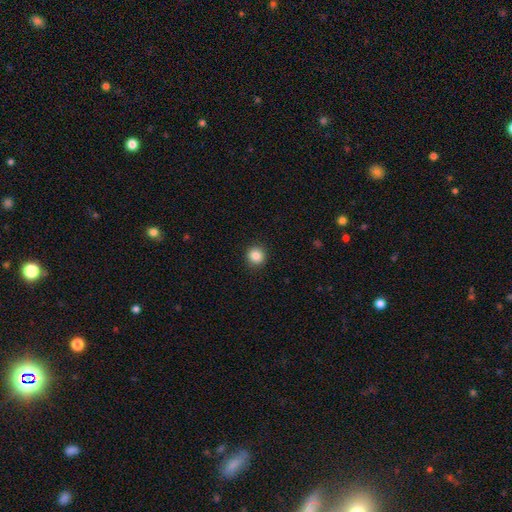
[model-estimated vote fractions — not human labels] Q: Smooth or featured?
A: smooth (86%); runner-up: star or artifact (10%)
Q: How rounded?
A: round (91%); runner-up: in between (8%)
Q: Merging?
A: none (92%); runner-up: minor disturbance (6%)